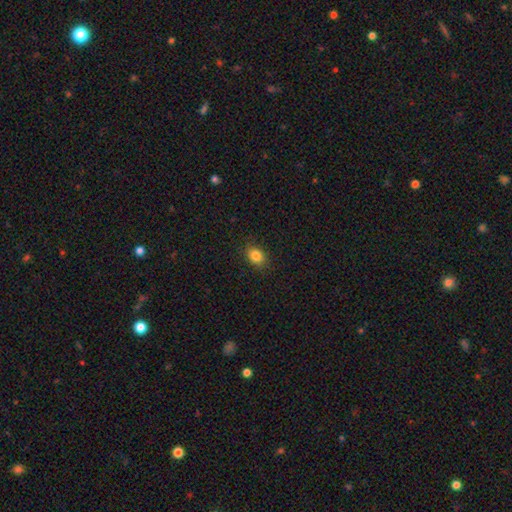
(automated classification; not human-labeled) smooth-or-featured: smooth: 83% | star or artifact: 11% | featured or disk: 6%
  how-rounded: in between: 60% | round: 39% | cigar-shaped: 1%
  merging: none: 86% | minor disturbance: 11% | major disturbance: 3% | merger: 1%